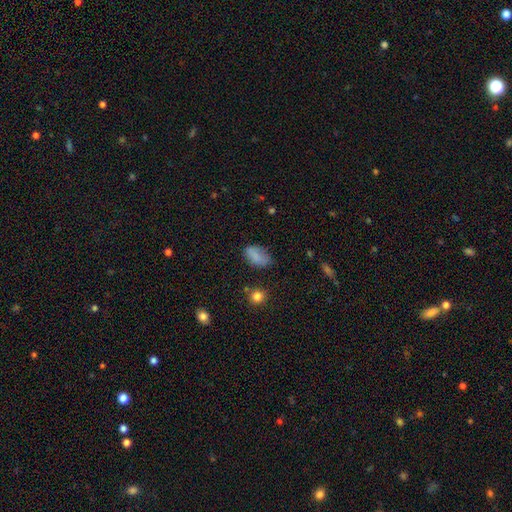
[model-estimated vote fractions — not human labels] Smooth or featured? smooth (80%)
How rounded? in between (91%)
Merging? none (62%)